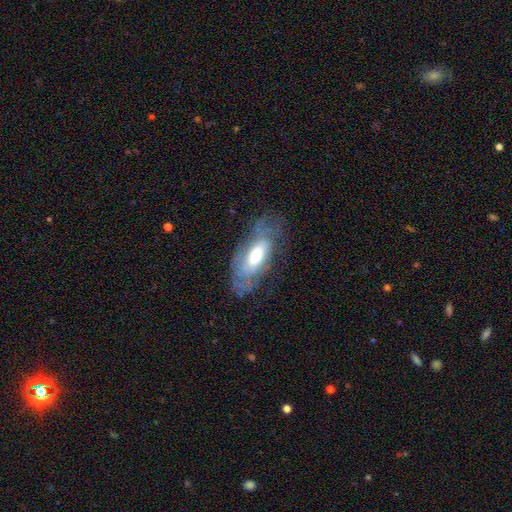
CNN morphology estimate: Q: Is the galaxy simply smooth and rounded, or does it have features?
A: featured or disk — 57%.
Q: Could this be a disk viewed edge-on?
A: no — 84%.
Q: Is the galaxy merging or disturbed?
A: none — 60%.